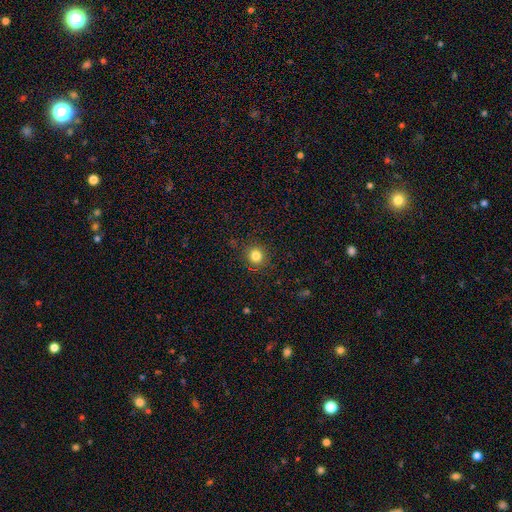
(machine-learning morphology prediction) Q: Smooth or featured?
A: smooth (82%); runner-up: star or artifact (12%)
Q: How rounded?
A: round (91%); runner-up: in between (8%)
Q: Merging?
A: none (90%); runner-up: minor disturbance (7%)